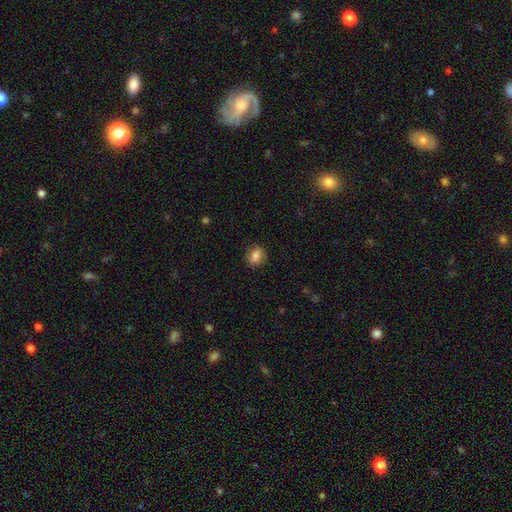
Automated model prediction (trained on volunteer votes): Smooth or featured? smooth (82%)
How rounded? round (55%)
Merging? none (84%)